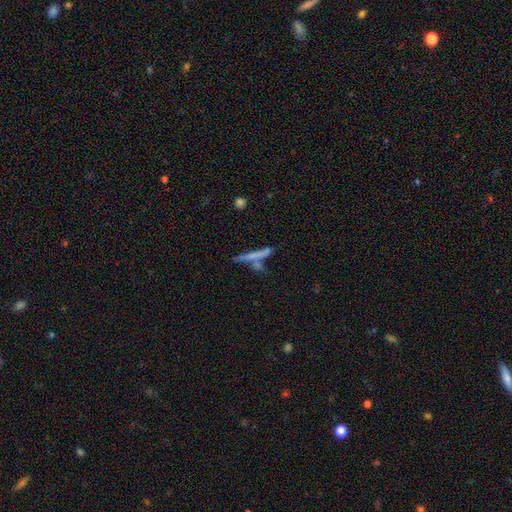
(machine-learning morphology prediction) Smooth or featured? Predicted: smooth (p=0.53). How rounded? Predicted: cigar-shaped (p=0.93). Merging? Predicted: none (p=0.63).